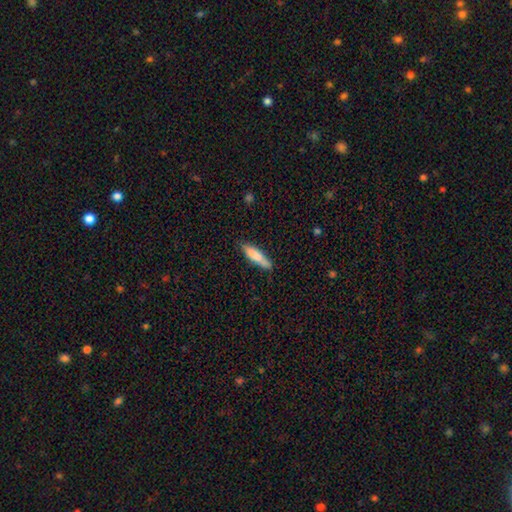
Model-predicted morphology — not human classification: Q: Smooth or featured?
A: smooth (79%); runner-up: featured or disk (15%)
Q: How rounded?
A: cigar-shaped (75%); runner-up: in between (24%)
Q: Merging?
A: none (78%); runner-up: minor disturbance (17%)